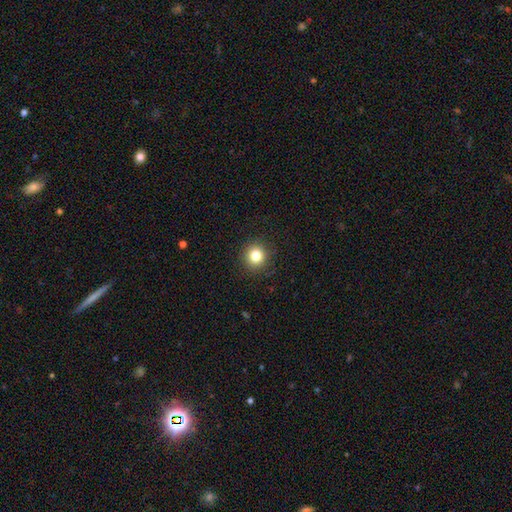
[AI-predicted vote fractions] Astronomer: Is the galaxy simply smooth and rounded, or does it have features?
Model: smooth — 82%.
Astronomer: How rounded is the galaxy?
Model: round — 93%.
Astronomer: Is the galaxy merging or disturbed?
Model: none — 92%.